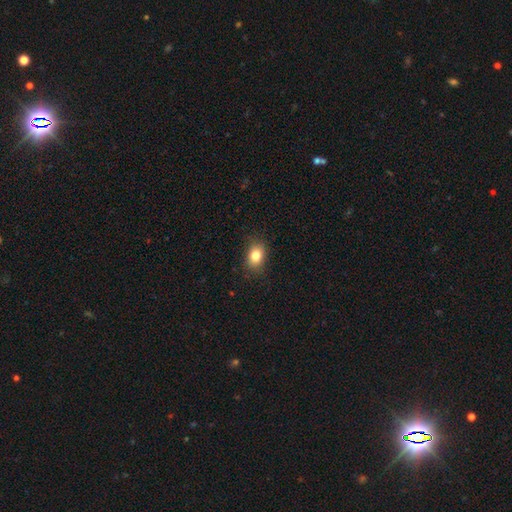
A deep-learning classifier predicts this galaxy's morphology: smooth_or_featured: smooth (p=0.82) [alt: star or artifact p=0.10]
how_rounded: in between (p=0.69) [alt: round p=0.30]
merging: none (p=0.84) [alt: minor disturbance p=0.12]